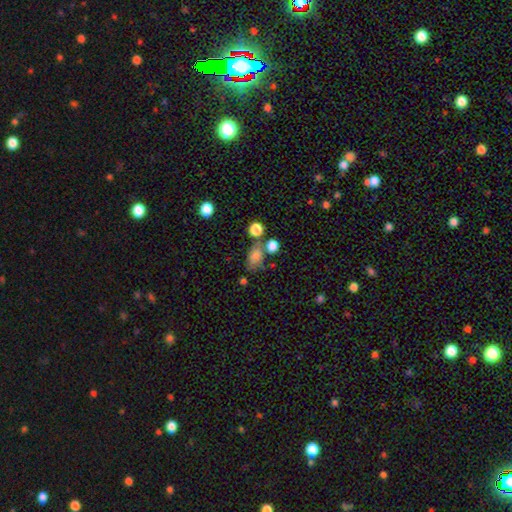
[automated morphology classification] Smooth or featured?
  - smooth: 75% *
  - featured or disk: 13%
  - star or artifact: 13%
How rounded?
  - in between: 77% *
  - round: 20%
  - cigar-shaped: 3%
Merging?
  - none: 54% *
  - merger: 21%
  - minor disturbance: 17%
  - major disturbance: 7%